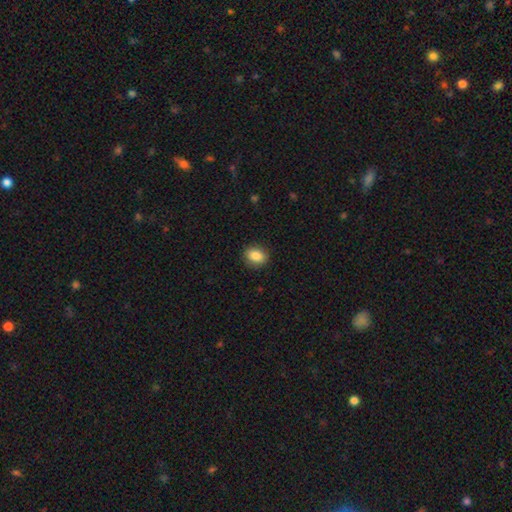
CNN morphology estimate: The model was most divided on "how rounded": in between: 53%, round: 46%, cigar-shaped: 1%. More confident: merging — none (89%); smooth or featured — smooth (86%).